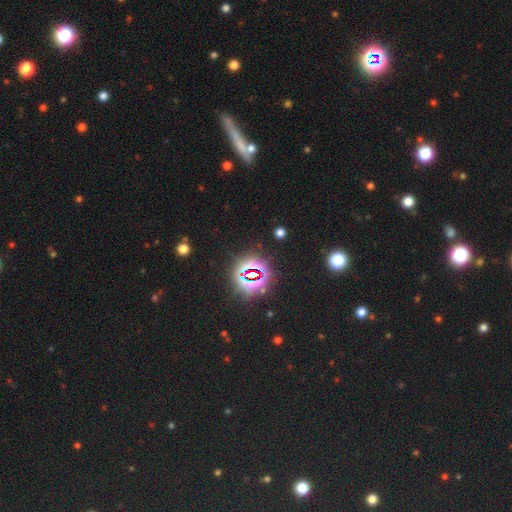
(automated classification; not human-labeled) This appears to be a star or artifact, not a galaxy (68%).